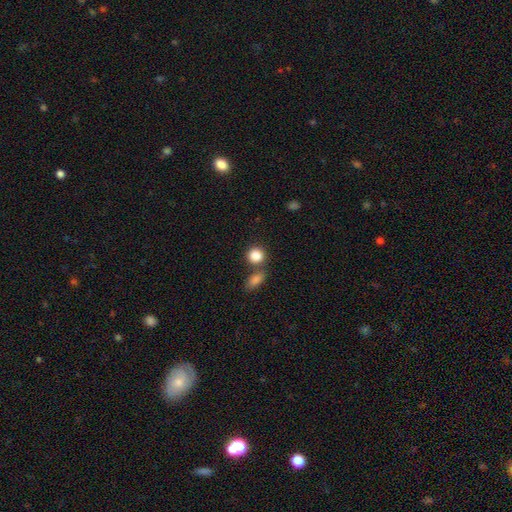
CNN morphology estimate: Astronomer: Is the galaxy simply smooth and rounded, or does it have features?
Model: smooth — 86%.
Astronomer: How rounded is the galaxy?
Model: round — 76%.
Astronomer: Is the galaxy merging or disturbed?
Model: none — 58%.